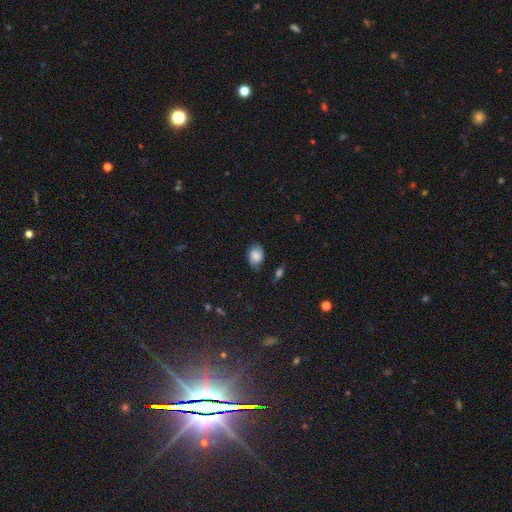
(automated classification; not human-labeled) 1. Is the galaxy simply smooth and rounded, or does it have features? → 79% smooth, 12% featured or disk, 9% star or artifact.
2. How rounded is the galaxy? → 71% in between, 28% round, 1% cigar-shaped.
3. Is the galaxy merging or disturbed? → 67% none, 25% minor disturbance, 6% major disturbance, 2% merger.